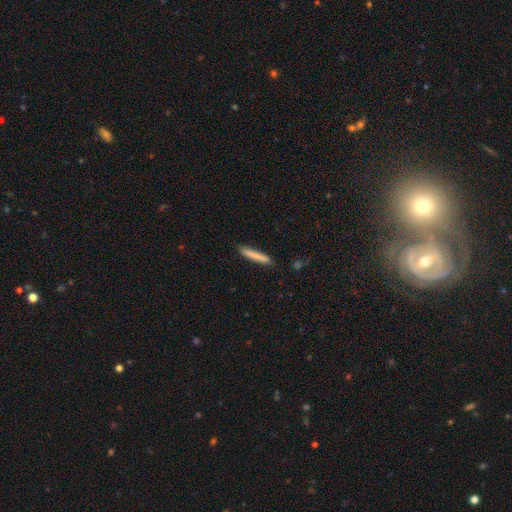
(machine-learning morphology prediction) This is clearly a smooth galaxy (80%). How rounded: clearly cigar-shaped (94%). Merging: clearly none (87%).